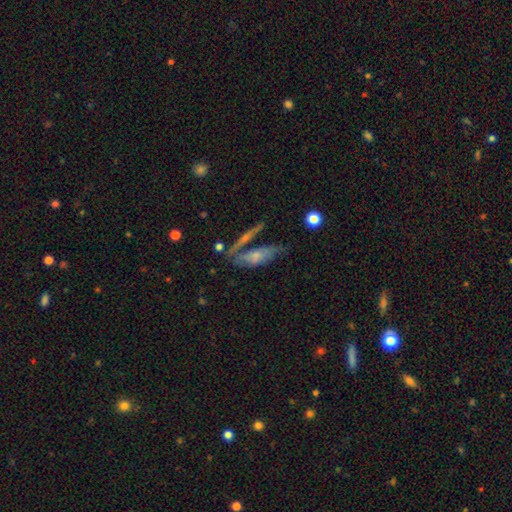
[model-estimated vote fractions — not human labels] smooth-or-featured: smooth: 50% | featured or disk: 41% | star or artifact: 9%
  merging: none: 41% | merger: 26% | minor disturbance: 19% | major disturbance: 14%